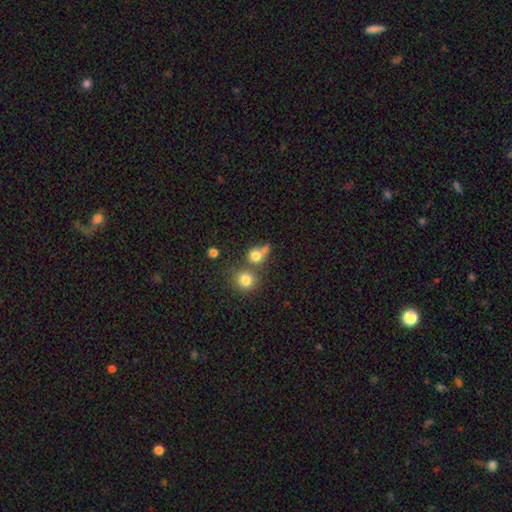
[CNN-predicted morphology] This appears to be a smooth galaxy with no disk features (77%) that is round (79%). Merging: none (43%).